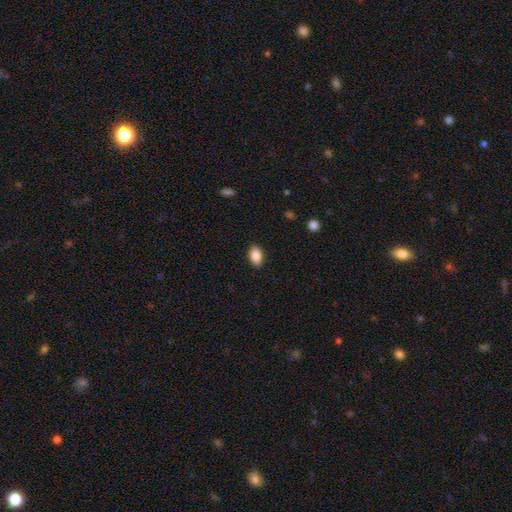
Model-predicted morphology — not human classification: Smooth or featured?
  - smooth: 87% *
  - star or artifact: 8%
  - featured or disk: 5%
How rounded?
  - in between: 91% *
  - round: 7%
  - cigar-shaped: 2%
Merging?
  - none: 89% *
  - minor disturbance: 8%
  - major disturbance: 2%
  - merger: 1%